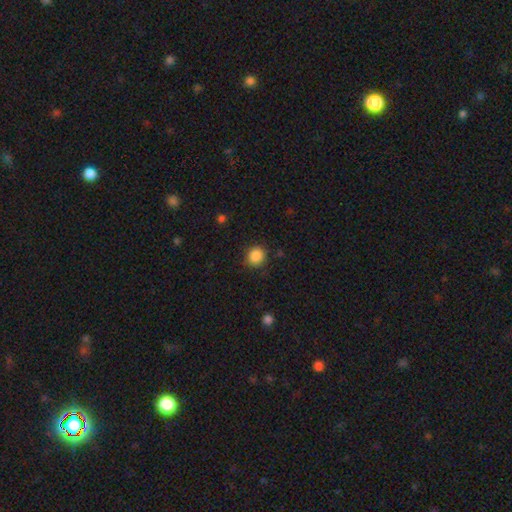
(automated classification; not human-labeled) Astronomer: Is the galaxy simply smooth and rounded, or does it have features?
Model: smooth — 87%.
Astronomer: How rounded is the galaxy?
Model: round — 86%.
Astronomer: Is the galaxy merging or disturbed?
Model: none — 87%.